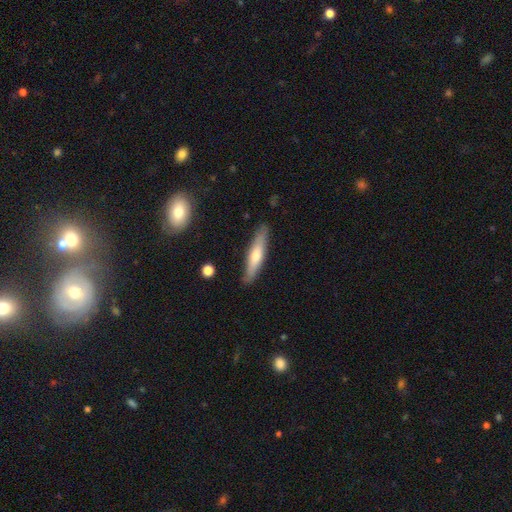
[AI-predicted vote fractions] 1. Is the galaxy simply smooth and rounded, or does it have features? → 51% smooth, 43% featured or disk, 6% star or artifact.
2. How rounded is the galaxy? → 86% cigar-shaped, 13% in between, 2% round.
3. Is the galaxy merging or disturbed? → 87% none, 10% minor disturbance, 2% major disturbance, 1% merger.